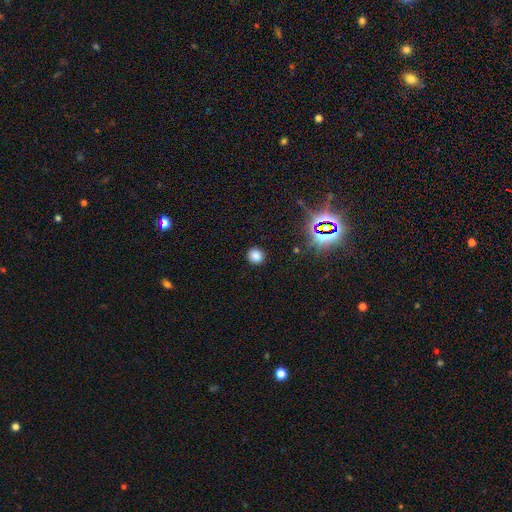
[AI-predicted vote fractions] A smooth galaxy with no disk features (79%) that is round (89%).

Vote fractions:
- Smooth or featured? smooth: 79% / star or artifact: 16% / featured or disk: 5%
- How rounded? round: 89% / in between: 10% / cigar-shaped: 1%
- Merging? none: 91% / minor disturbance: 6% / major disturbance: 2% / merger: 1%